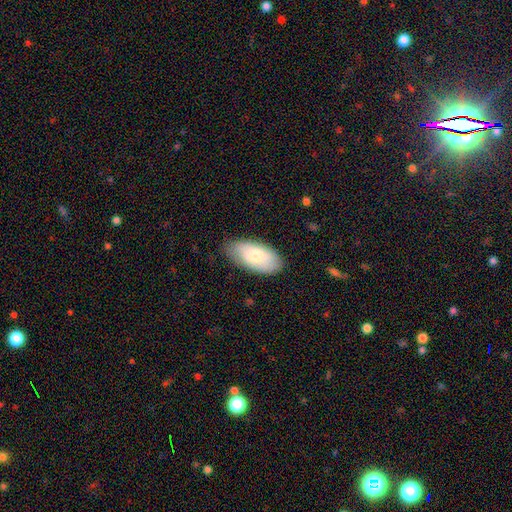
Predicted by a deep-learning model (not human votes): This appears to be a smooth galaxy with no disk features (74%) that is in between round and cigar-shaped (94%). Merging: none (78%).